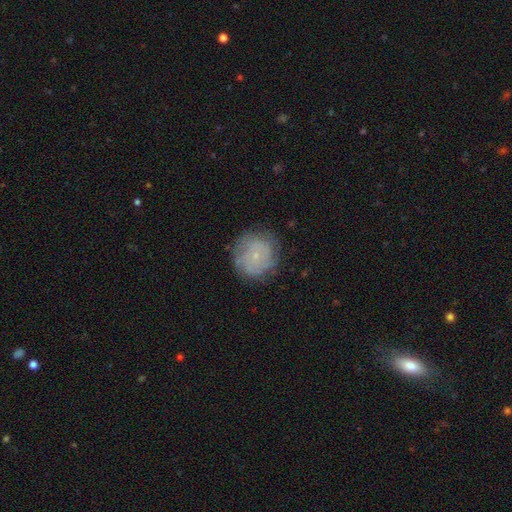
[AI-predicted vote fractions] A featured or disk galaxy (52%) with no bar (83%), spiral arms (76%) and a small central bulge (82%). Merging: none (76%).